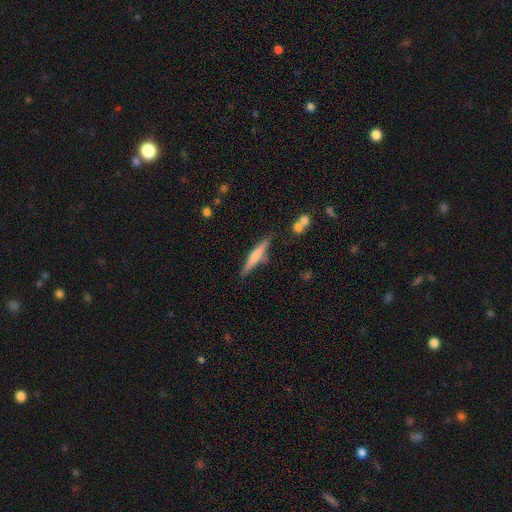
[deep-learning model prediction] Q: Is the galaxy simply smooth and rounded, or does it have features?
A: smooth — 51%.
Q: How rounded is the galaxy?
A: cigar-shaped — 91%.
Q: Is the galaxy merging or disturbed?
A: none — 81%.